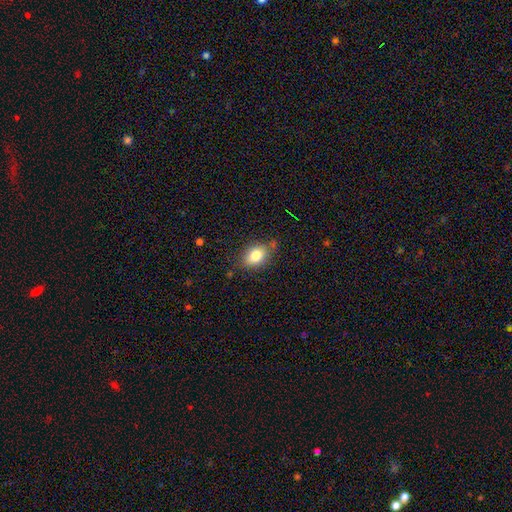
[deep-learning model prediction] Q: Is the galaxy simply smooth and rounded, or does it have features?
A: smooth — 81%.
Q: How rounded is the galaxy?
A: in between — 78%.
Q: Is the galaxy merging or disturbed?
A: none — 76%.